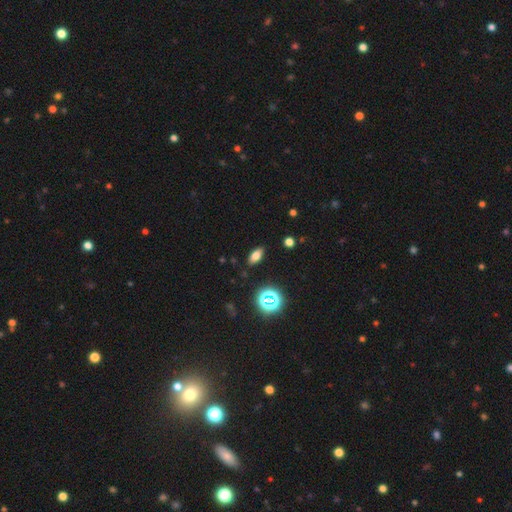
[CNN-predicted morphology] Smooth or featured? smooth (70%)
How rounded? in between (81%)
Merging? none (87%)